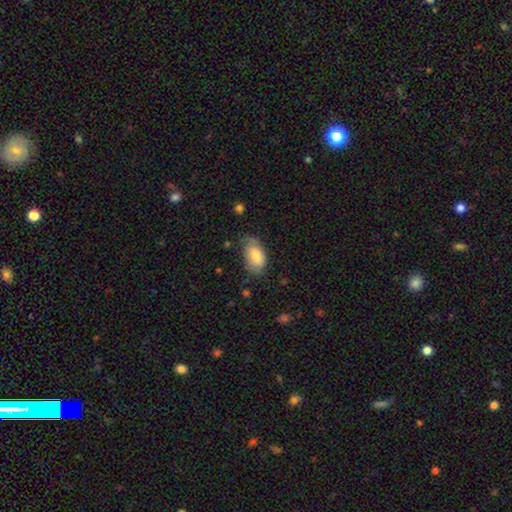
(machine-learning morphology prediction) Smooth or featured: smooth — 76% (featured or disk — 17%)
How rounded: in between — 92% (round — 6%)
Merging: none — 50% (minor disturbance — 34%)